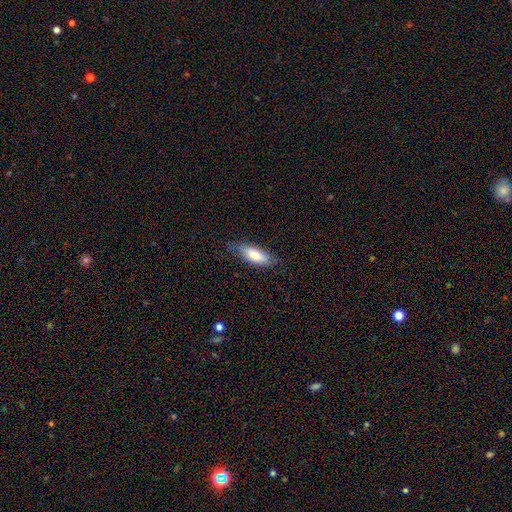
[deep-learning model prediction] This appears to be a smooth galaxy with no disk features (76%) that is in between round and cigar-shaped (66%). Merging: none (72%).